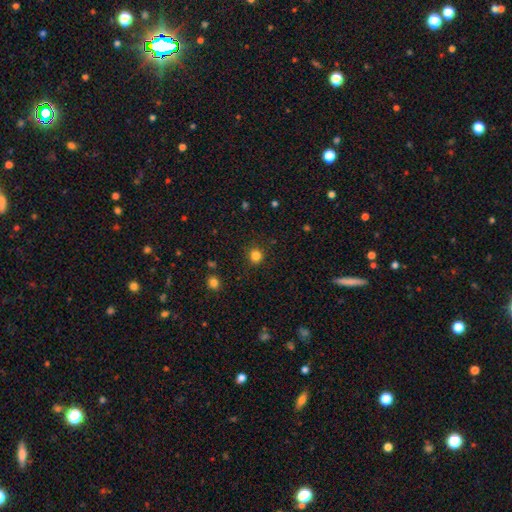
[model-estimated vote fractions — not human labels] Morphology: type=smooth (83%); roundness=round (92%); merging=none (89%).